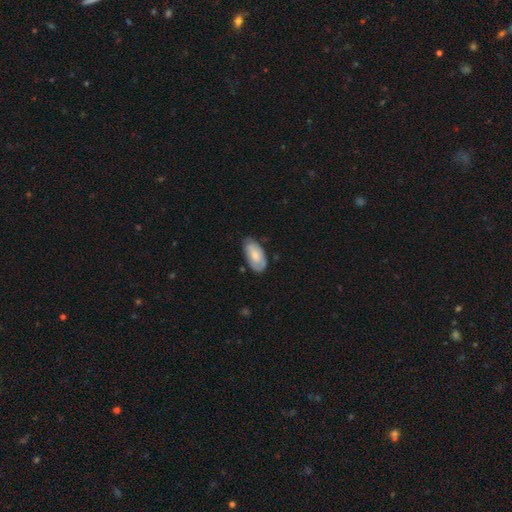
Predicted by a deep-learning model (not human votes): Q: Smooth or featured?
A: smooth (64%); runner-up: featured or disk (31%)
Q: How rounded?
A: in between (94%); runner-up: round (3%)
Q: Merging?
A: none (69%); runner-up: minor disturbance (25%)